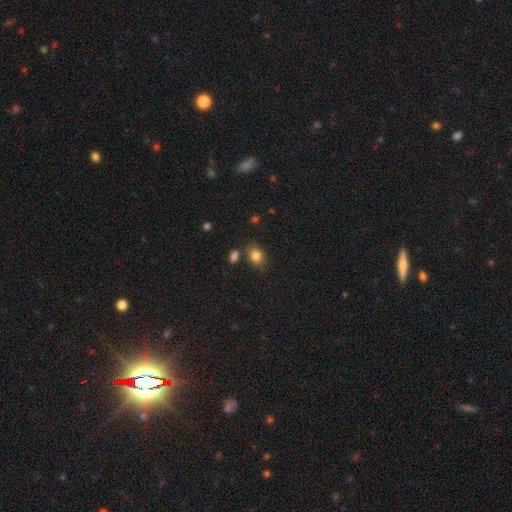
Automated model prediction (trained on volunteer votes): Smooth or featured? Predicted: smooth (p=0.83). How rounded? Predicted: in between (p=0.61). Merging? Predicted: none (p=0.72).